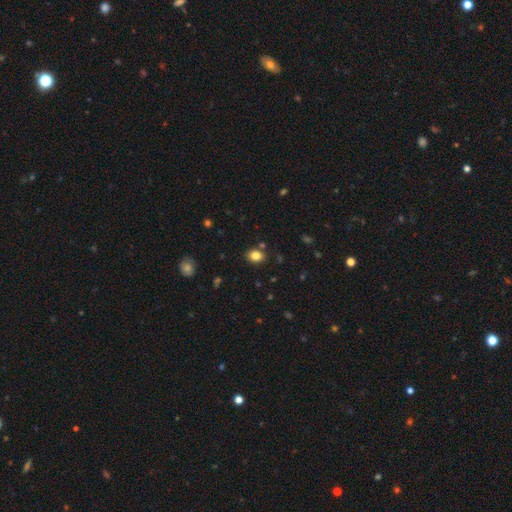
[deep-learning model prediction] Smooth or featured? Predicted: smooth (p=0.83). How rounded? Predicted: in between (p=0.60). Merging? Predicted: none (p=0.82).